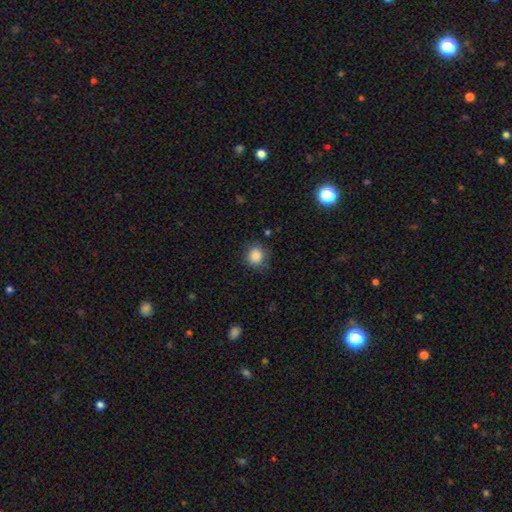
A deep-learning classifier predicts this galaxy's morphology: smooth-or-featured: smooth: 87% | star or artifact: 9% | featured or disk: 4%
  how-rounded: round: 80% | in between: 19% | cigar-shaped: 1%
  merging: none: 76% | minor disturbance: 17% | major disturbance: 5% | merger: 1%